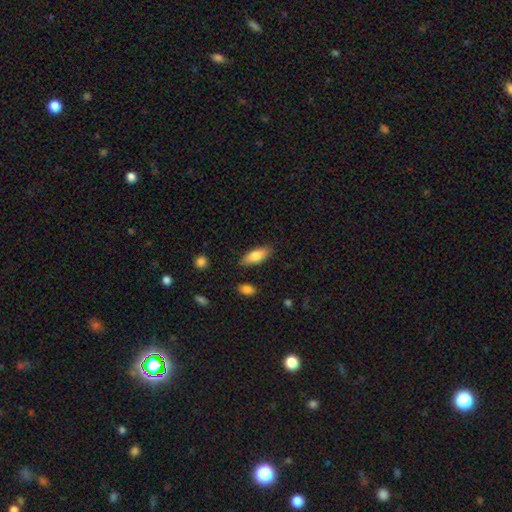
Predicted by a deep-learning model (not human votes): A smooth galaxy with no disk features (77%) that is in between round and cigar-shaped (73%). Merging: none (83%).